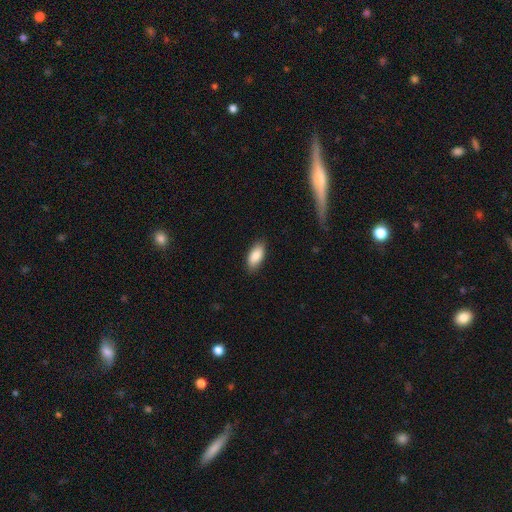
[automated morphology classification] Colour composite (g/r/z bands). It shows a smooth galaxy with no disk features (87%) that is in between round and cigar-shaped (91%). Merging: none (86%).